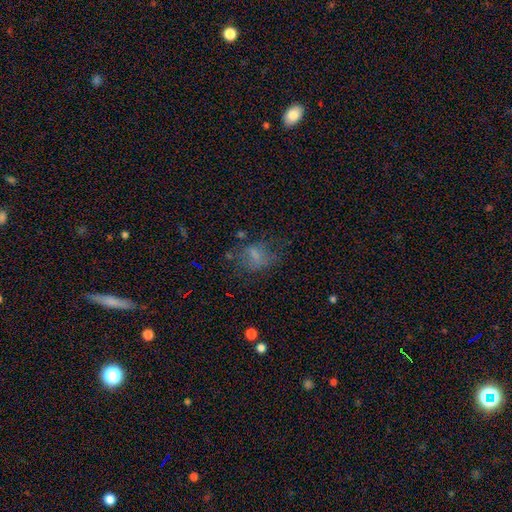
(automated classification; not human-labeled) Smooth or featured? Predicted: smooth (p=0.55). How rounded? Predicted: in between (p=0.67). Merging? Predicted: none (p=0.46).